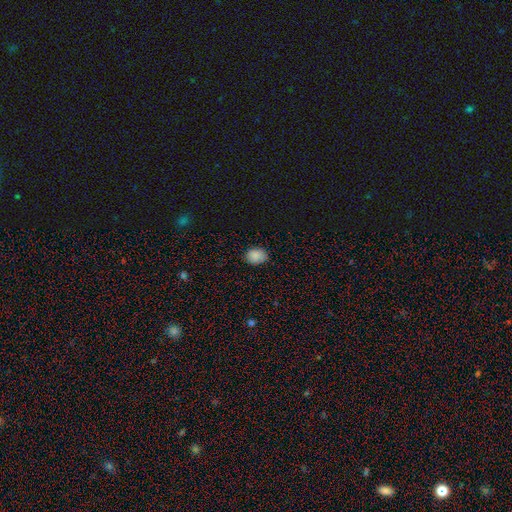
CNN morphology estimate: A smooth galaxy with no disk features (85%) that is in between round and cigar-shaped (52%).

Vote fractions:
- Smooth or featured? smooth: 85% / star or artifact: 10% / featured or disk: 5%
- How rounded? in between: 52% / round: 47% / cigar-shaped: 1%
- Merging? none: 79% / minor disturbance: 17% / major disturbance: 3% / merger: 1%